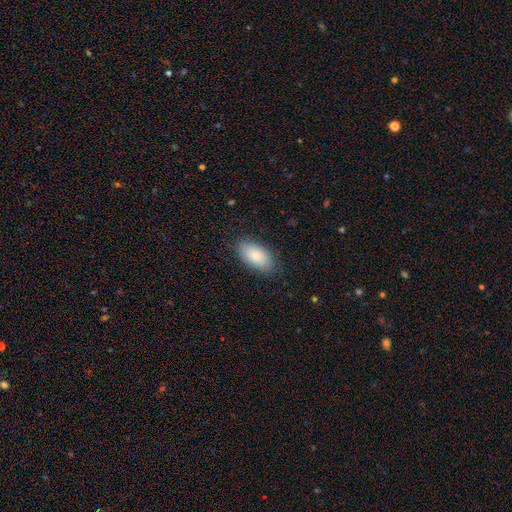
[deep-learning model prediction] A smooth galaxy with no disk features (83%) that is in between round and cigar-shaped (94%). Merging: none (84%).